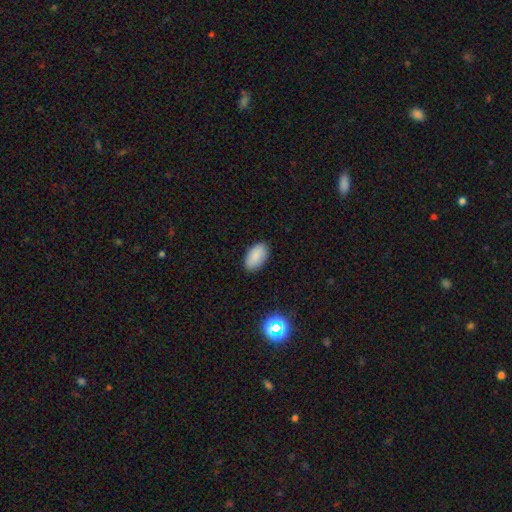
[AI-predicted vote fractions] A smooth galaxy with no disk features (88%) that is in between round and cigar-shaped (94%). Merging: none (87%).